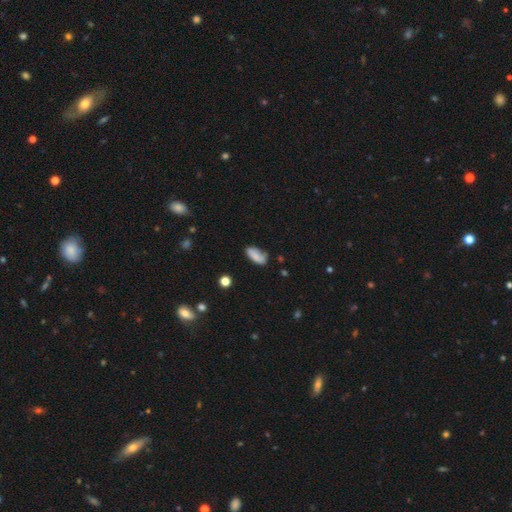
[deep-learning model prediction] A smooth galaxy with no disk features (75%) that is in between round and cigar-shaped (86%). Merging: none (60%).